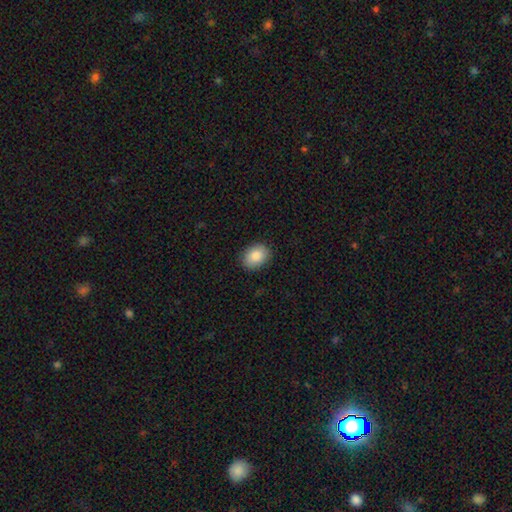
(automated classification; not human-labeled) This is clearly a smooth galaxy (87%). How rounded: likely in between (70%). Merging: clearly none (89%).